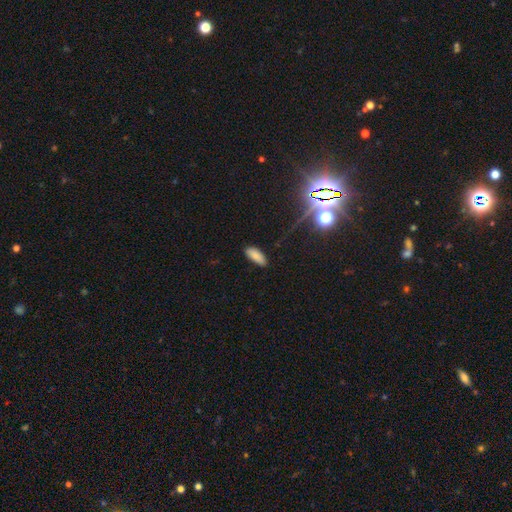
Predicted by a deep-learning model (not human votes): This is clearly a smooth galaxy (84%). How rounded: clearly in between (80%). Merging: clearly none (82%).